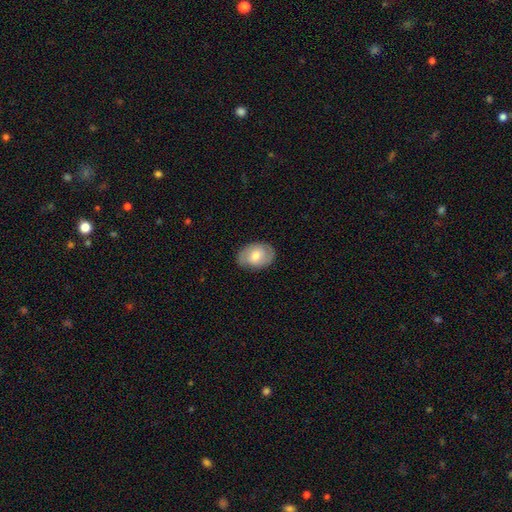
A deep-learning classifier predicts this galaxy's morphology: Smooth or featured?
  - smooth: 50% *
  - featured or disk: 44%
  - star or artifact: 7%
Merging?
  - none: 81% *
  - minor disturbance: 14%
  - major disturbance: 4%
  - merger: 1%